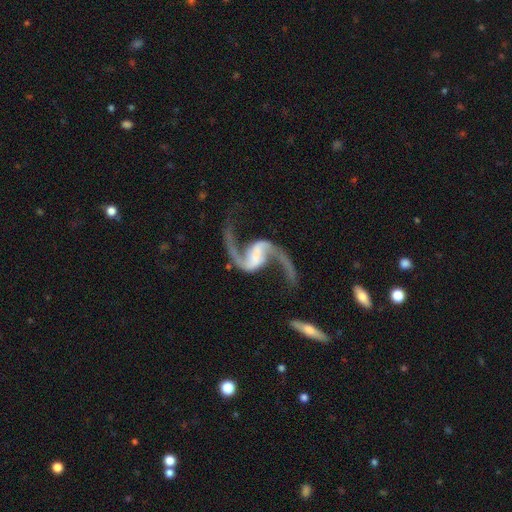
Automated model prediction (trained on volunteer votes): This is clearly a featured or disk galaxy (94%). It is clearly not viewed edge-on (98%). Bar: marginally strong (43%). Spiral arm pattern: clearly yes (98%). Spiral arm count: clearly 2 (95%). Spiral winding: clearly loose (87%). Central bulge: possibly none (53%). Merging: likely none (74%).